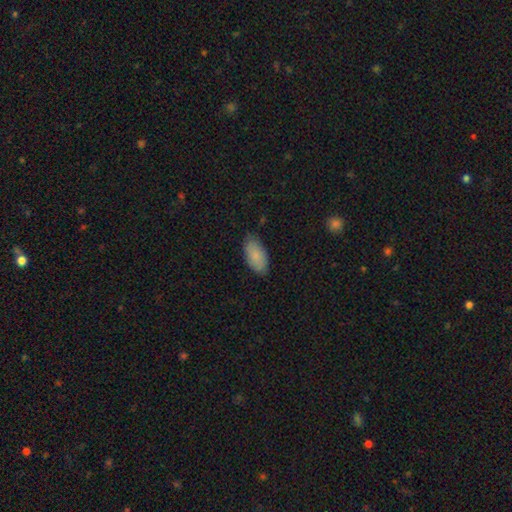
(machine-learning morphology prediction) smooth_or_featured: smooth (p=0.86) [alt: featured or disk p=0.07]
how_rounded: in between (p=0.94) [alt: cigar-shaped p=0.04]
merging: none (p=0.81) [alt: minor disturbance p=0.16]